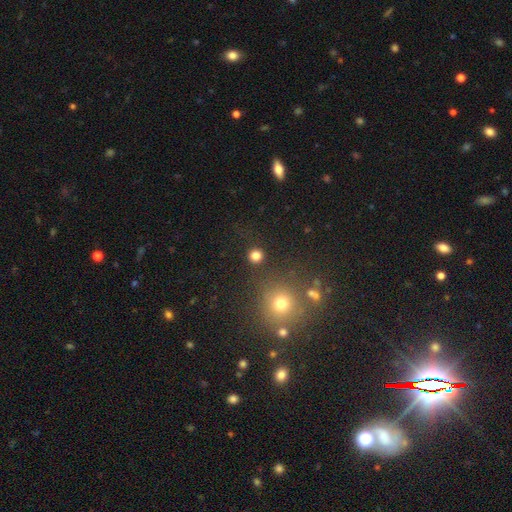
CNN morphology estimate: A smooth galaxy with no disk features (80%) that is round (93%).

Vote fractions:
- Smooth or featured? smooth: 80% / star or artifact: 16% / featured or disk: 4%
- How rounded? round: 93% / in between: 6% / cigar-shaped: 1%
- Merging? none: 88% / minor disturbance: 6% / merger: 3% / major disturbance: 3%